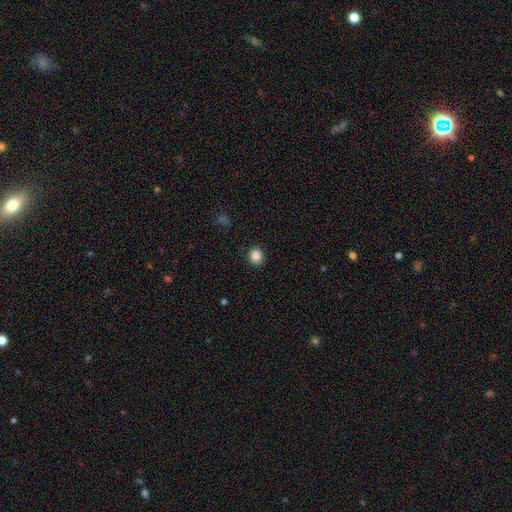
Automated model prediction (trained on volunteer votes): smooth 86%, star or artifact 10%, featured or disk 3%. Down the decision tree: how rounded — round (83%); merging — none (91%).